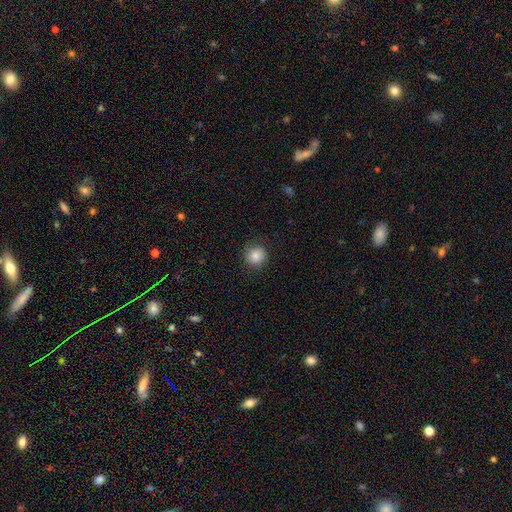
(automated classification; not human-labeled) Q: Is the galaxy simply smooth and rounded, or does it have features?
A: smooth — 83%.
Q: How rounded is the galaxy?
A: round — 90%.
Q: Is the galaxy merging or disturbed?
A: none — 85%.